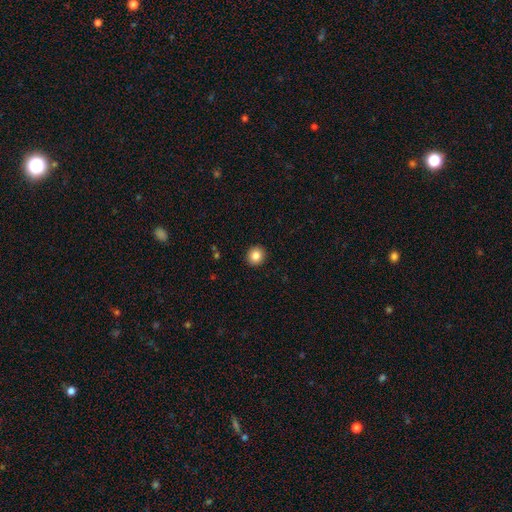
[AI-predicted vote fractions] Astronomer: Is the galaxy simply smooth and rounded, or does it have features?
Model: smooth — 85%.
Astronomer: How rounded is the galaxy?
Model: round — 90%.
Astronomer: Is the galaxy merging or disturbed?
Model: none — 93%.